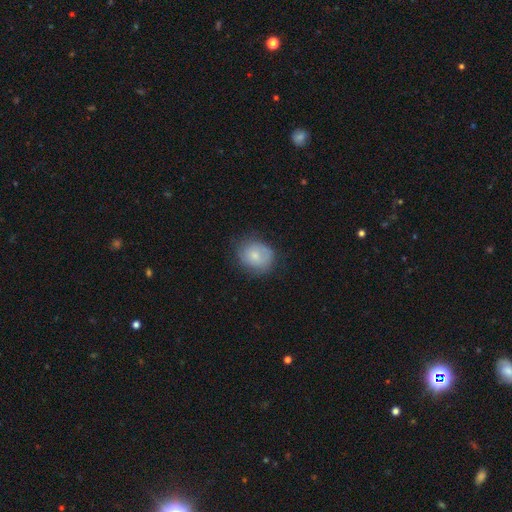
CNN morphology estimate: type=smooth (65%); roundness=round (64%); merging=none (69%).